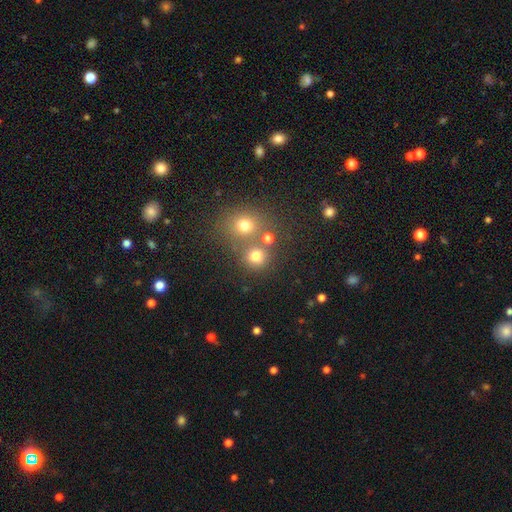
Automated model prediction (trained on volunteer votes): smooth 73%, star or artifact 19%, featured or disk 8%. Down the decision tree: how rounded — round (85%); merging — none (61%).